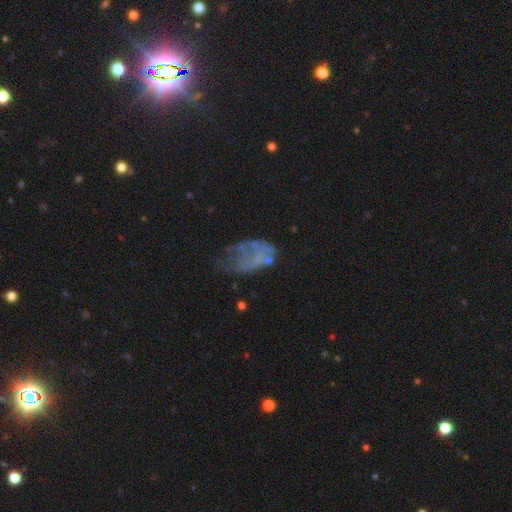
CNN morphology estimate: The model was most divided on "merging": major disturbance: 40%, none: 31%, minor disturbance: 22%, merger: 7%. Remaining: smooth or featured — featured or disk (49%).